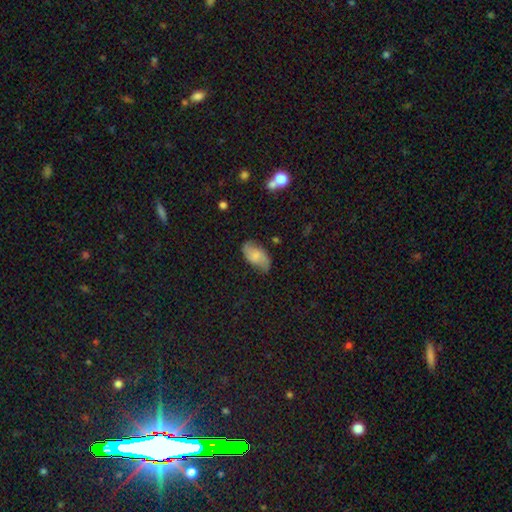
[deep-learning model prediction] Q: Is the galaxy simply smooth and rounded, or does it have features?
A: smooth — 54%.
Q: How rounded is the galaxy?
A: in between — 94%.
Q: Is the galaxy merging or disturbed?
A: none — 70%.